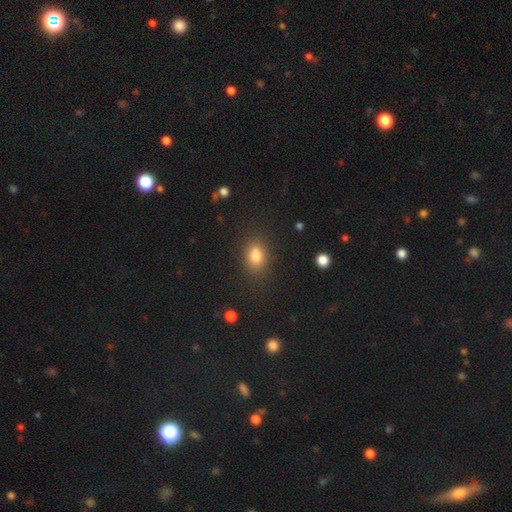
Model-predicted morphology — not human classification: The model was most divided on "how rounded": in between: 65%, round: 33%, cigar-shaped: 2%. More confident: smooth or featured — smooth (80%); merging — none (77%).